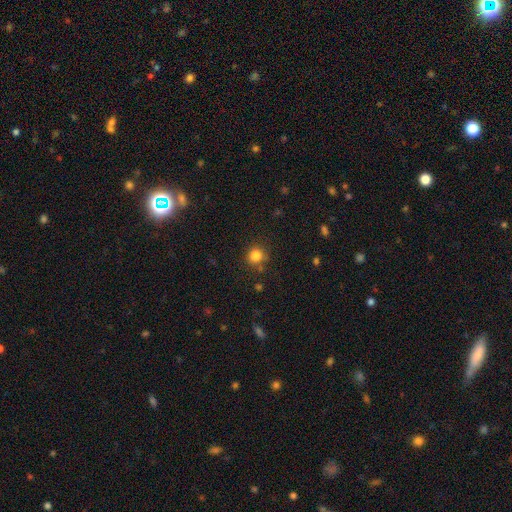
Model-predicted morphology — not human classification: Overall: smooth (83%). How rounded: round (89%). Merging: none (80%).